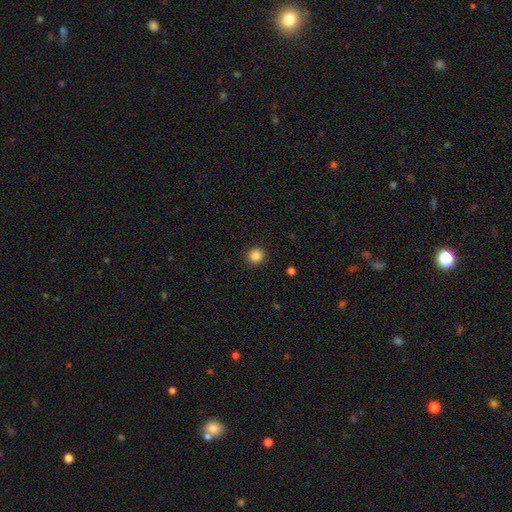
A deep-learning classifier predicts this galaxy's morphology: smooth_or_featured: smooth (p=0.86) [alt: star or artifact p=0.11]
how_rounded: round (p=0.92) [alt: in between p=0.07]
merging: none (p=0.92) [alt: minor disturbance p=0.05]